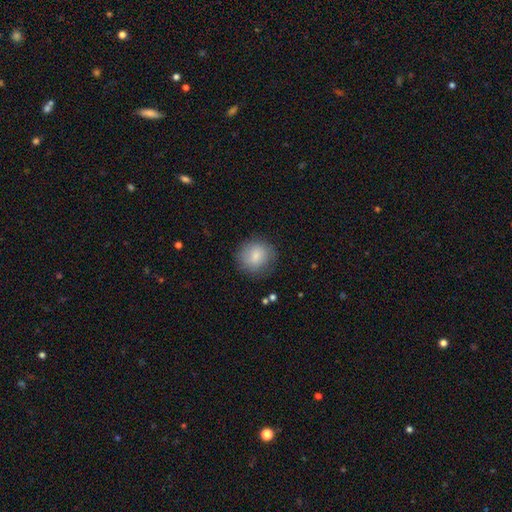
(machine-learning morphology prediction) Overall: smooth (82%). How rounded: round (90%). Merging: none (83%).